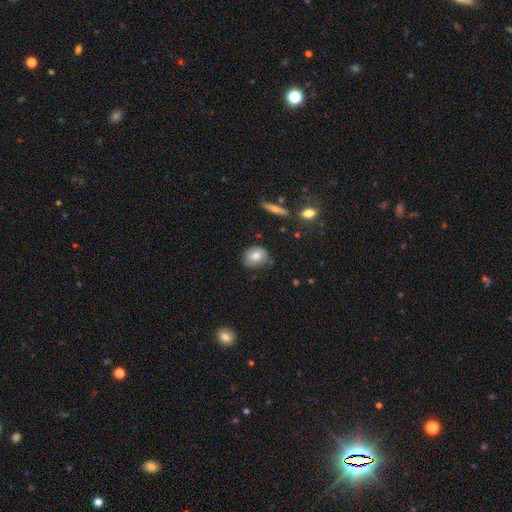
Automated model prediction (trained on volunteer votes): Q: Smooth or featured?
A: smooth (77%); runner-up: featured or disk (14%)
Q: How rounded?
A: round (53%); runner-up: in between (45%)
Q: Merging?
A: none (72%); runner-up: minor disturbance (21%)